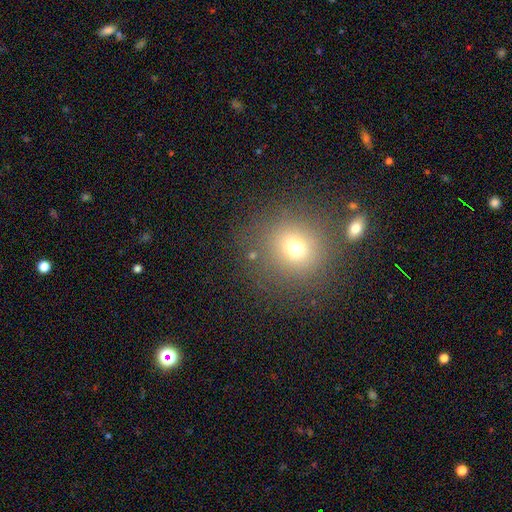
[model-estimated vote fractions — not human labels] Smooth or featured?
  - smooth: 65% *
  - star or artifact: 23%
  - featured or disk: 11%
How rounded?
  - round: 87% *
  - in between: 11%
  - cigar-shaped: 1%
Merging?
  - none: 82% *
  - minor disturbance: 8%
  - merger: 5%
  - major disturbance: 4%